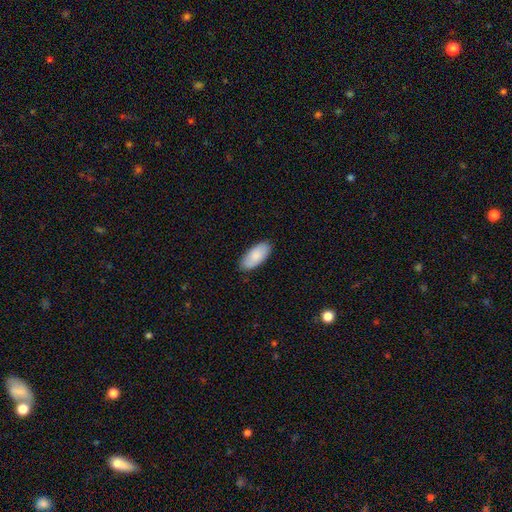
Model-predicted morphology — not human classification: smooth-or-featured: smooth: 86% | featured or disk: 8% | star or artifact: 5%
  how-rounded: in between: 91% | cigar-shaped: 7% | round: 2%
  merging: none: 86% | minor disturbance: 11% | major disturbance: 2% | merger: 1%